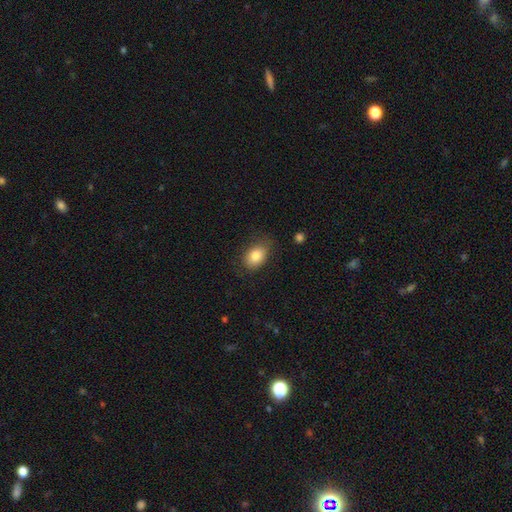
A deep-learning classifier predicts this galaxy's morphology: Smooth or featured? Predicted: smooth (p=0.84). How rounded? Predicted: in between (p=0.79). Merging? Predicted: none (p=0.76).